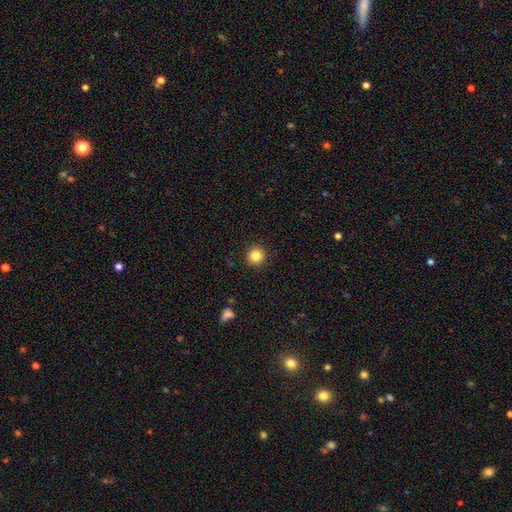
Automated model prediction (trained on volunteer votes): Q: Smooth or featured?
A: smooth (85%); runner-up: star or artifact (10%)
Q: How rounded?
A: round (95%); runner-up: in between (4%)
Q: Merging?
A: none (92%); runner-up: minor disturbance (5%)